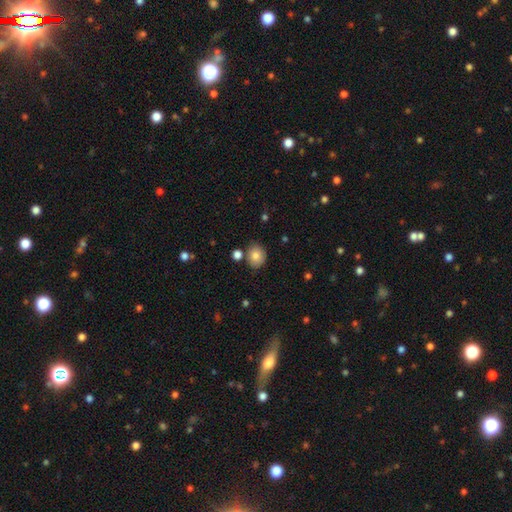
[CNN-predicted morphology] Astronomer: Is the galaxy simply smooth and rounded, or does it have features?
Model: smooth — 82%.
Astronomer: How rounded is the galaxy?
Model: round — 57% (runner-up: in between, 42%).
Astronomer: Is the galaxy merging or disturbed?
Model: none — 76%.